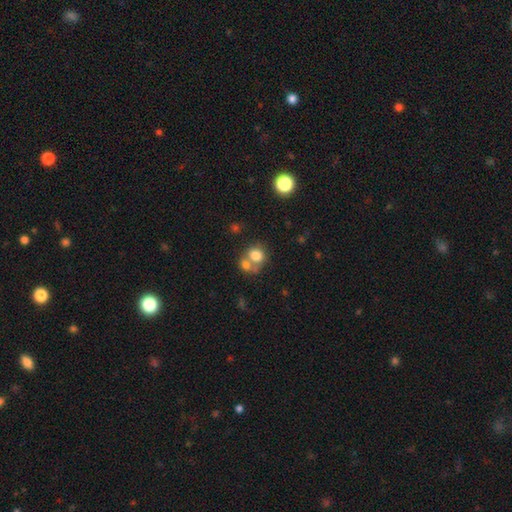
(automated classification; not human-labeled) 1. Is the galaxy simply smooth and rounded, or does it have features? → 76% smooth, 13% featured or disk, 11% star or artifact.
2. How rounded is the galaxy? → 68% round, 31% in between, 1% cigar-shaped.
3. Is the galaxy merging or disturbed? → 50% merger, 37% none, 9% minor disturbance, 5% major disturbance.